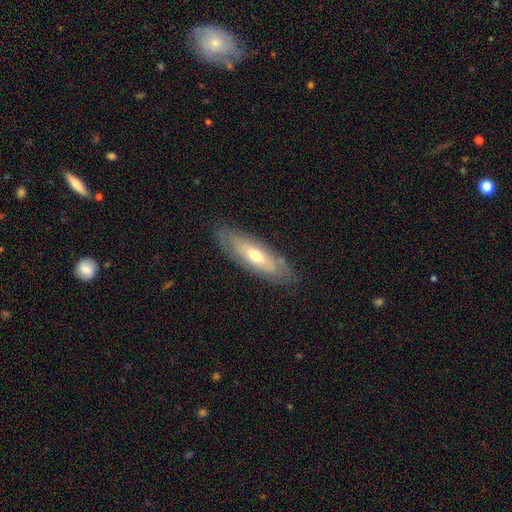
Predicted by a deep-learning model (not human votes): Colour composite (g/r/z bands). It shows a featured or disk galaxy (55%). Merging: none (81%).